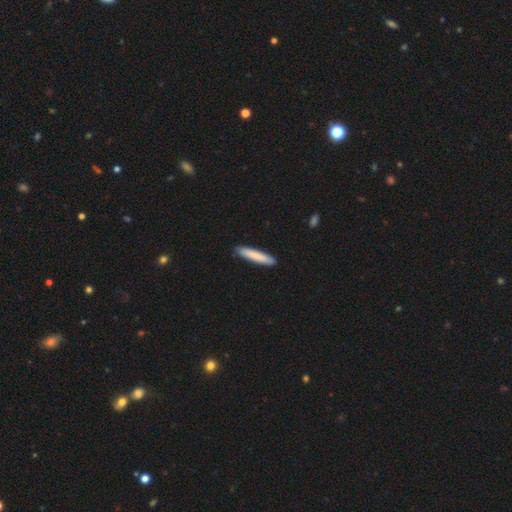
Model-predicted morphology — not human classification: Overall: smooth (82%). How rounded: cigar-shaped (90%). Merging: none (88%).